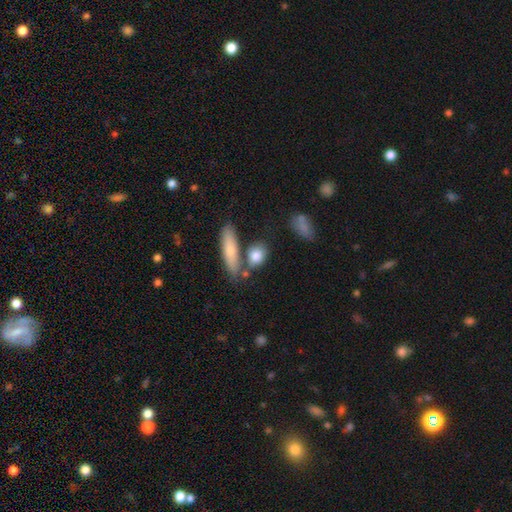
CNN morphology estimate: Overall: smooth (81%). How rounded: in between (51%; round 34%). Merging: none (61%).